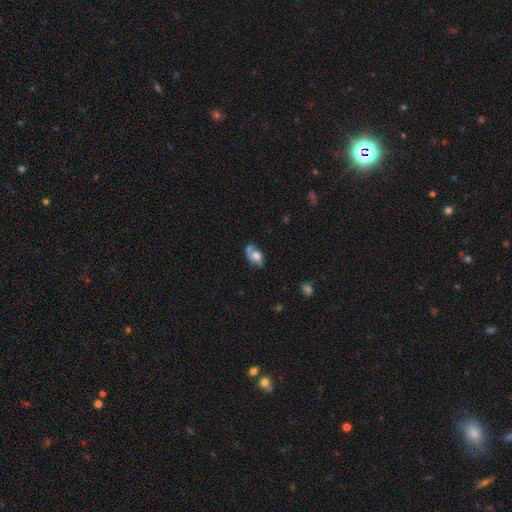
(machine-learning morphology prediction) smooth-or-featured: smooth: 52% | featured or disk: 38% | star or artifact: 10%
  how-rounded: in between: 77% | round: 20% | cigar-shaped: 2%
  merging: none: 36% | minor disturbance: 26% | major disturbance: 20% | merger: 18%